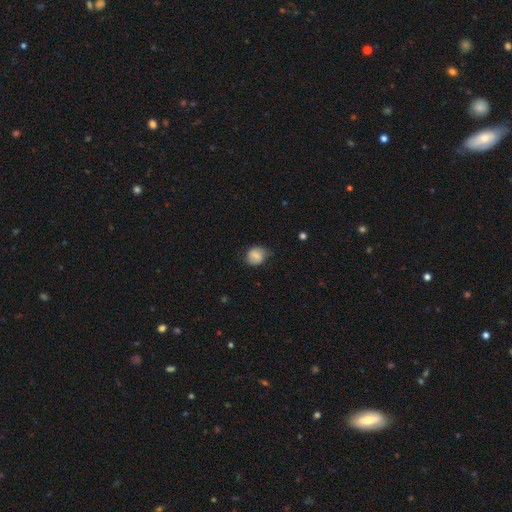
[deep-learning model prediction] Smooth or featured?
  - smooth: 74% *
  - featured or disk: 17%
  - star or artifact: 8%
How rounded?
  - round: 68% *
  - in between: 31%
  - cigar-shaped: 1%
Merging?
  - none: 64% *
  - minor disturbance: 27%
  - major disturbance: 7%
  - merger: 1%